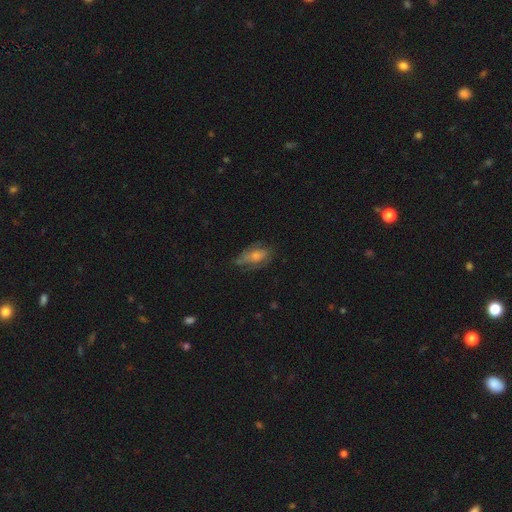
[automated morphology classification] Smooth or featured: smooth — 47% (featured or disk — 40%)
Merging: none — 53% (minor disturbance — 29%)